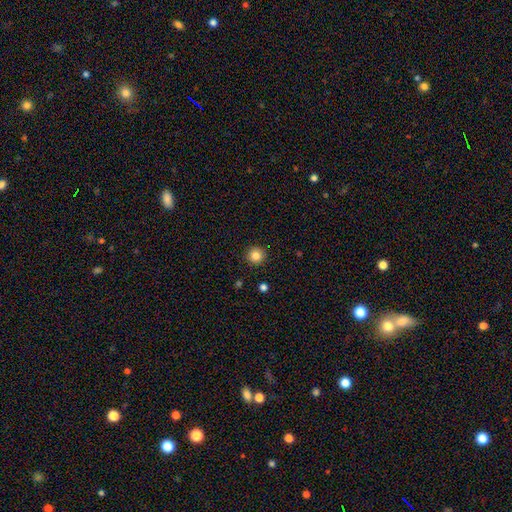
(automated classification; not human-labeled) A smooth galaxy with no disk features (85%) that is round (95%). Merging: none (92%).